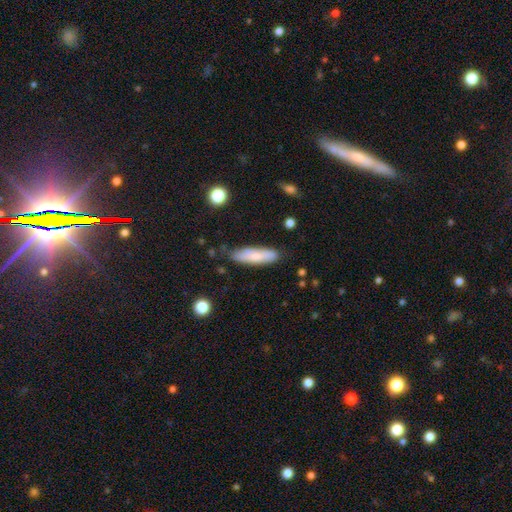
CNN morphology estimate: This appears to be a smooth galaxy with no disk features (76%) that is cigar-shaped (69%). Merging: none (79%).